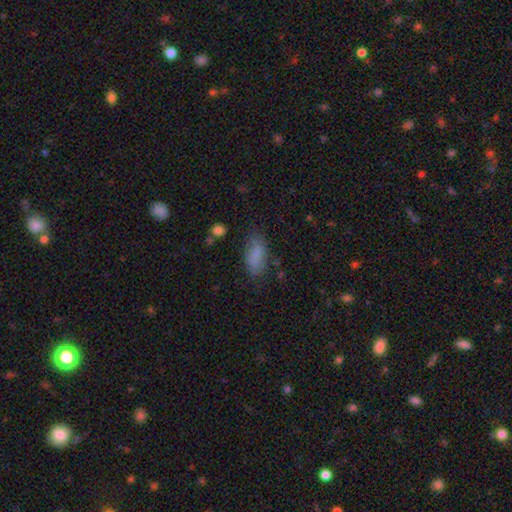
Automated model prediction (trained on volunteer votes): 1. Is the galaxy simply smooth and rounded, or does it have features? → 81% smooth, 10% featured or disk, 9% star or artifact.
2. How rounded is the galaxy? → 86% in between, 11% cigar-shaped, 3% round.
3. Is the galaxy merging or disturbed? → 70% none, 21% minor disturbance, 7% major disturbance, 3% merger.